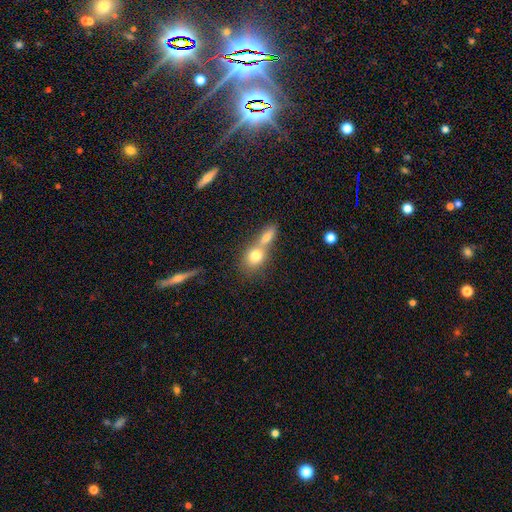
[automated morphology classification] Smooth or featured?
  - smooth: 76% *
  - featured or disk: 15%
  - star or artifact: 9%
How rounded?
  - round: 55% *
  - in between: 41%
  - cigar-shaped: 4%
Merging?
  - merger: 60% *
  - none: 31%
  - minor disturbance: 6%
  - major disturbance: 3%